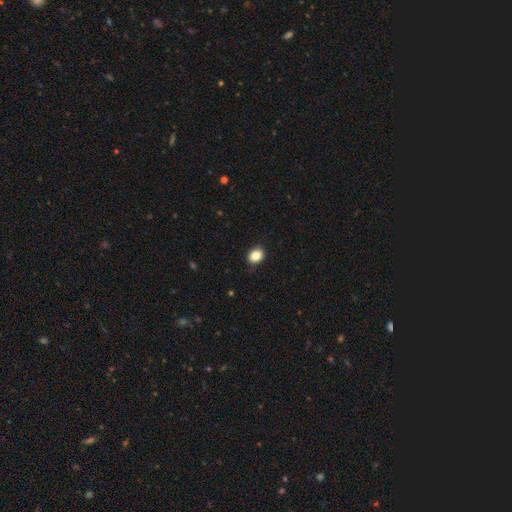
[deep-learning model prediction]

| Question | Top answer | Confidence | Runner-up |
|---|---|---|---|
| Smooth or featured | smooth | 86% | star or artifact (9%) |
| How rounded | in between | 56% | round (43%) |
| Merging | none | 87% | minor disturbance (10%) |